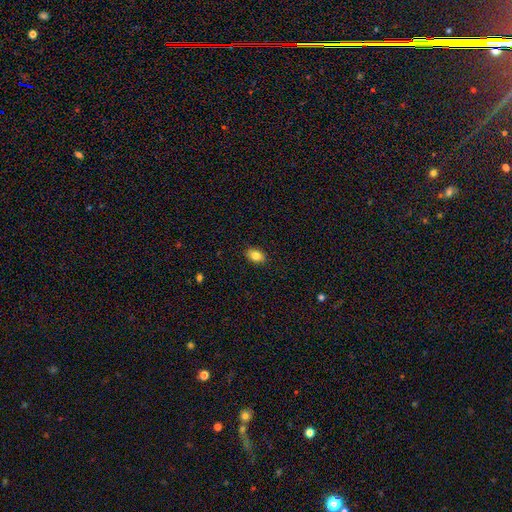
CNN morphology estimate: Q: Smooth or featured?
A: smooth (84%); runner-up: star or artifact (9%)
Q: How rounded?
A: in between (79%); runner-up: round (19%)
Q: Merging?
A: none (88%); runner-up: minor disturbance (9%)